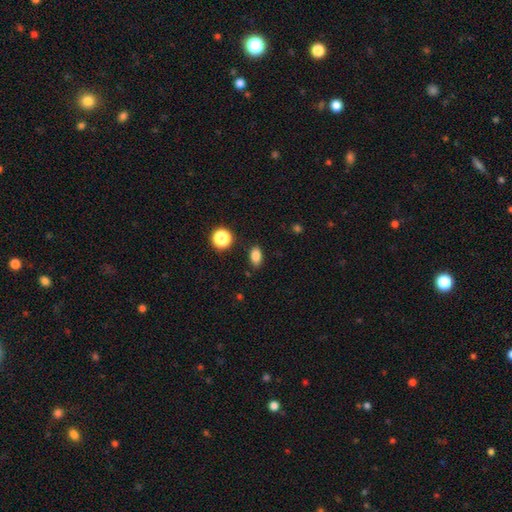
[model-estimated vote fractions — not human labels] smooth-or-featured: smooth: 84% | star or artifact: 11% | featured or disk: 5%
  how-rounded: in between: 84% | round: 13% | cigar-shaped: 3%
  merging: none: 85% | minor disturbance: 11% | major disturbance: 3% | merger: 2%